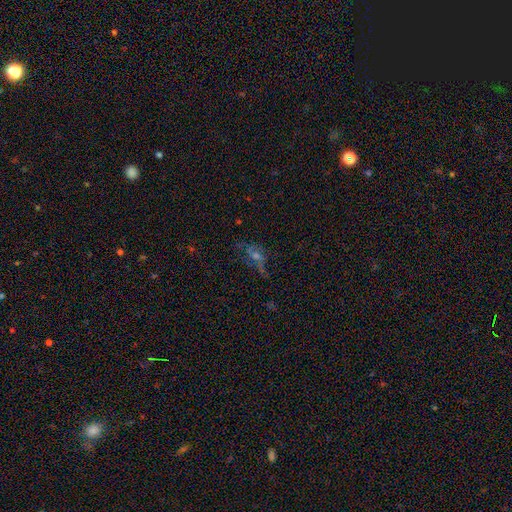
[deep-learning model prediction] Smooth or featured? featured or disk (44%)
Merging? none (54%)